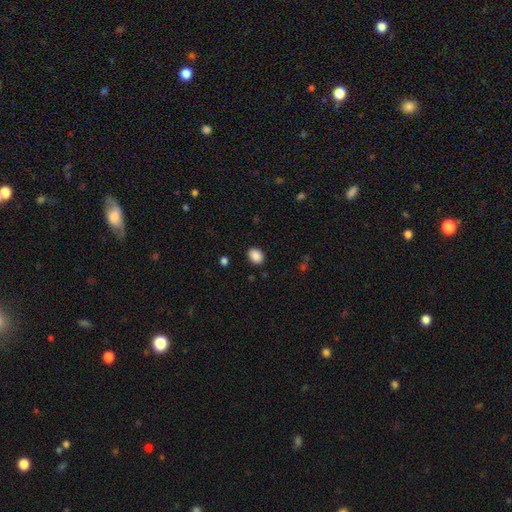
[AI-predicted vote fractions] smooth_or_featured: smooth (p=0.89) [alt: star or artifact p=0.08]
how_rounded: in between (p=0.63) [alt: round p=0.36]
merging: none (p=0.88) [alt: minor disturbance p=0.08]